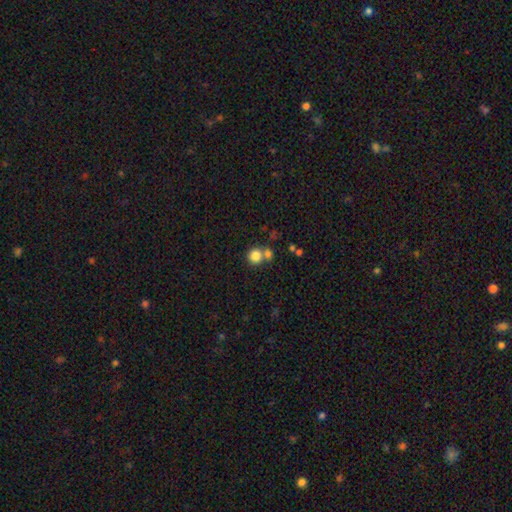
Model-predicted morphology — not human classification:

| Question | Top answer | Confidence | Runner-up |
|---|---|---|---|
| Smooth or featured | smooth | 83% | star or artifact (10%) |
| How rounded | round | 90% | in between (9%) |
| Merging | none | 56% | merger (33%) |